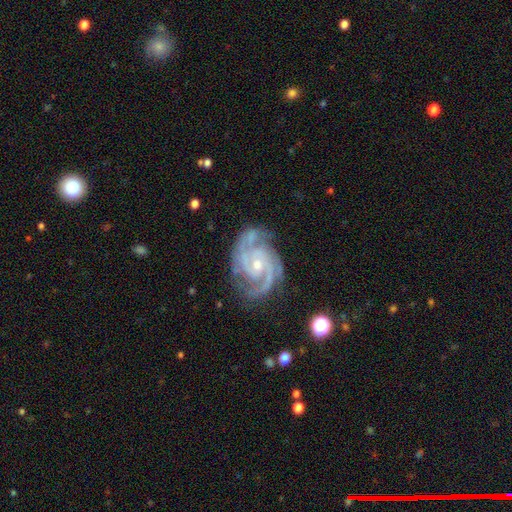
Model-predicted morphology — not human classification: smooth-or-featured: featured or disk: 89% | star or artifact: 7% | smooth: 4%
  disk-edge-on: no: 98% | yes: 2%
    bar: no: 63% | weak: 27% | strong: 10%
    has-spiral-arms: yes: 98% | no: 2%
      spiral-winding: tight: 53% | medium: 41% | loose: 6%
      spiral-arm-count: 2: 40% | 3: 34% | can't tell: 9% | 4: 8% | more than 4: 5% | 1: 5%
    bulge-size: small: 68% | moderate: 28% | none: 2% | large: 1% | dominant: 1%
  merging: none: 74% | minor disturbance: 17% | major disturbance: 6% | merger: 2%